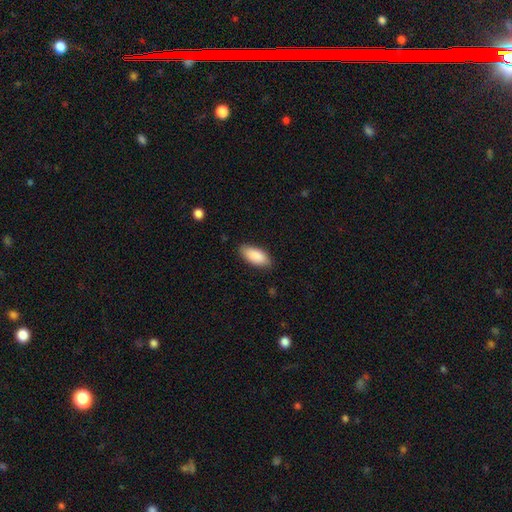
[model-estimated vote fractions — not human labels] Overall: smooth (89%). How rounded: in between (89%). Merging: none (82%).